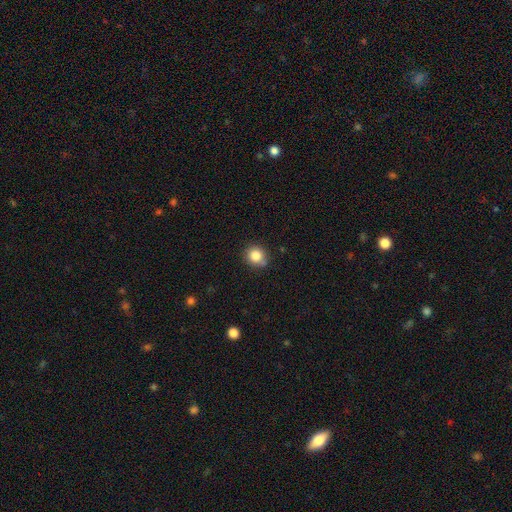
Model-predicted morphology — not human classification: Smooth or featured: smooth — 84% (star or artifact — 11%)
How rounded: round — 87% (in between — 12%)
Merging: none — 76% (minor disturbance — 15%)